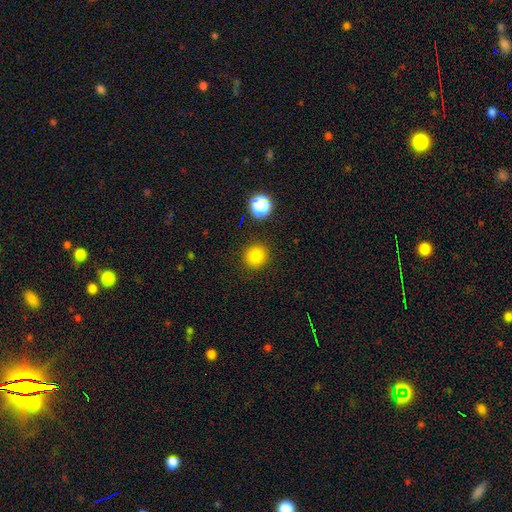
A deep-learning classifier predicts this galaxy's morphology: This is clearly a smooth galaxy (81%). How rounded: clearly round (92%). Merging: clearly none (90%).